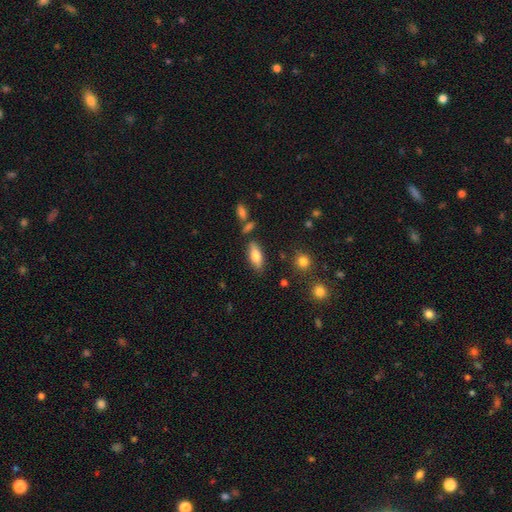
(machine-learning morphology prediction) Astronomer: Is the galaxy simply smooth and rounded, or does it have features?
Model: smooth — 76%.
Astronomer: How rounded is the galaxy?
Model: in between — 77%.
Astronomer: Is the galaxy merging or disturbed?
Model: none — 79%.